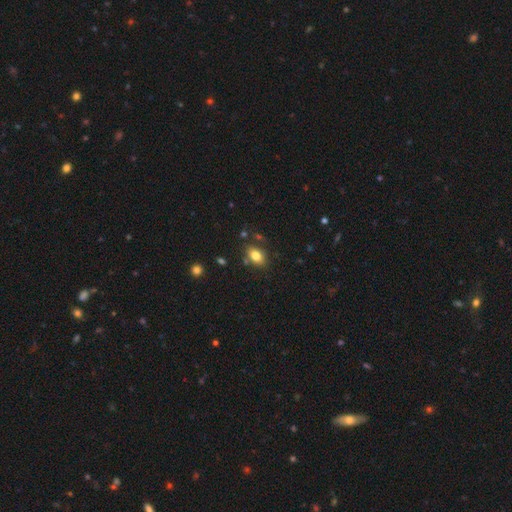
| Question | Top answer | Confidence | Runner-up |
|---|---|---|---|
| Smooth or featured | smooth | 89% | featured or disk (8%) |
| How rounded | in between | 85% | round (15%) |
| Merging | none | 86% | minor disturbance (14%) |